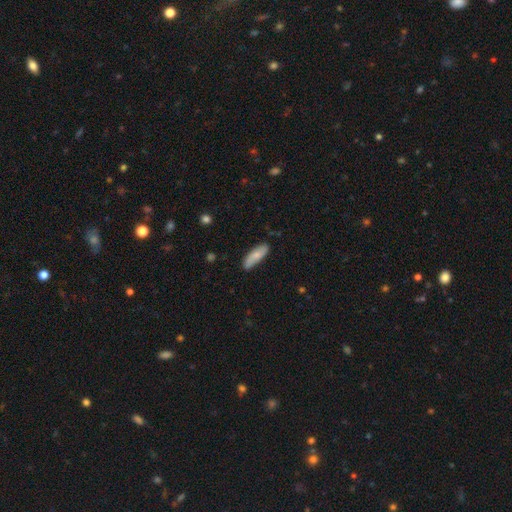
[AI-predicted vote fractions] Q: Smooth or featured?
A: smooth (75%); runner-up: featured or disk (19%)
Q: How rounded?
A: in between (58%); runner-up: cigar-shaped (40%)
Q: Merging?
A: none (79%); runner-up: minor disturbance (17%)